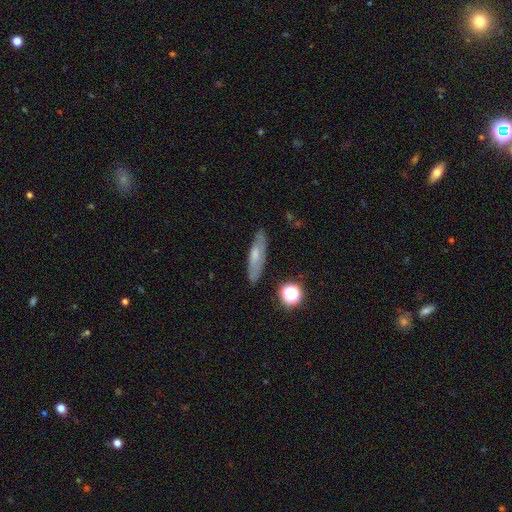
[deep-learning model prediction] Smooth or featured?
  - smooth: 54% *
  - featured or disk: 36%
  - star or artifact: 10%
How rounded?
  - cigar-shaped: 70% *
  - in between: 26%
  - round: 4%
Merging?
  - none: 80% *
  - minor disturbance: 15%
  - major disturbance: 3%
  - merger: 2%